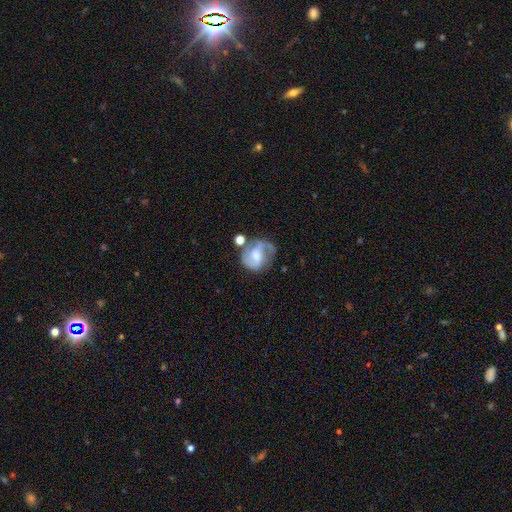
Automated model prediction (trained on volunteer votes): A featured or disk galaxy (69%) with a weak bar (49%), 2 (67%) medium (46%) spiral arms (87%) and a moderate central bulge (46%). Merging: none (47%).